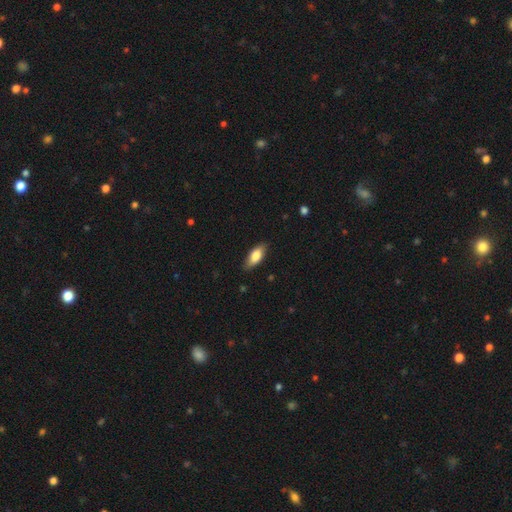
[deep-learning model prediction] Smooth or featured?
  - smooth: 78% *
  - featured or disk: 16%
  - star or artifact: 6%
How rounded?
  - in between: 81% *
  - cigar-shaped: 16%
  - round: 3%
Merging?
  - none: 83% *
  - minor disturbance: 13%
  - major disturbance: 2%
  - merger: 1%